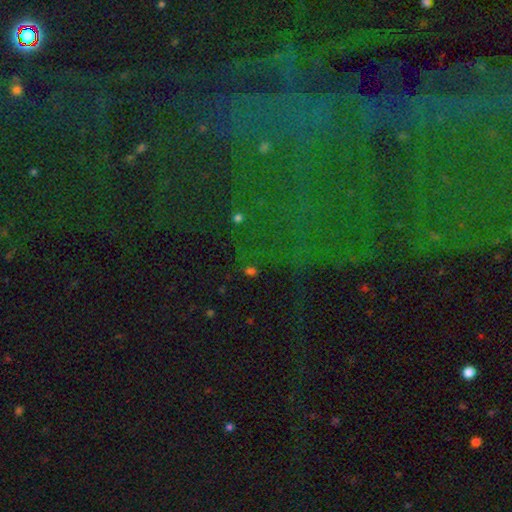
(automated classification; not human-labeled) Smooth or featured? Predicted: star or artifact (p=0.77).